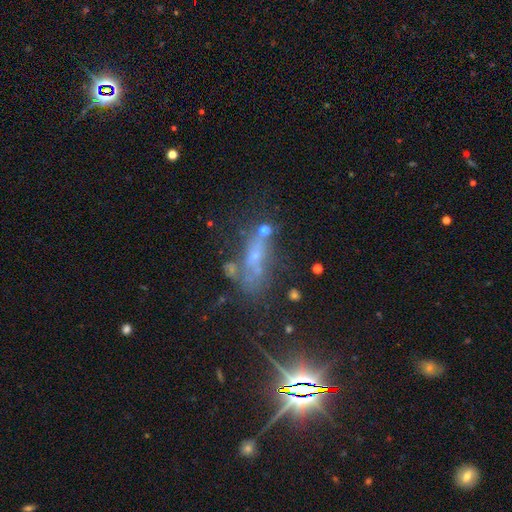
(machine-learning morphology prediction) smooth-or-featured: featured or disk: 40% | star or artifact: 36% | smooth: 24%
  merging: none: 38% | major disturbance: 24% | merger: 20% | minor disturbance: 19%